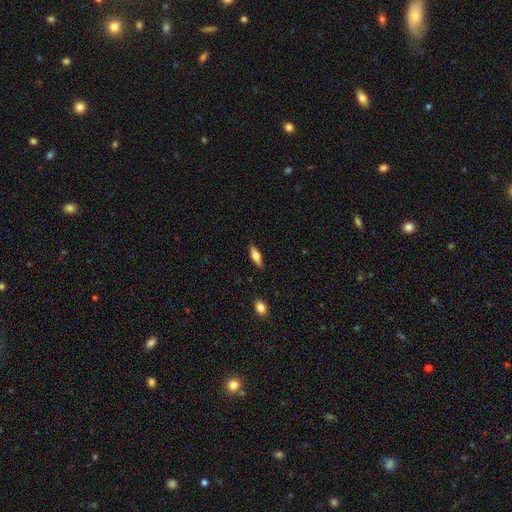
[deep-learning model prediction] smooth-or-featured: smooth: 61% | featured or disk: 32% | star or artifact: 7%
  how-rounded: in between: 59% | cigar-shaped: 39% | round: 3%
  merging: none: 87% | minor disturbance: 9% | major disturbance: 2% | merger: 1%